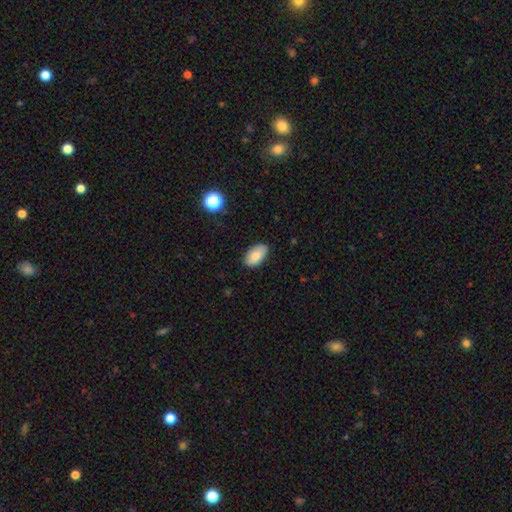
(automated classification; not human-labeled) A smooth galaxy with no disk features (82%) that is in between round and cigar-shaped (94%).

Vote fractions:
- Smooth or featured? smooth: 82% / featured or disk: 10% / star or artifact: 7%
- How rounded? in between: 94% / round: 4% / cigar-shaped: 2%
- Merging? none: 86% / minor disturbance: 11% / major disturbance: 2% / merger: 1%